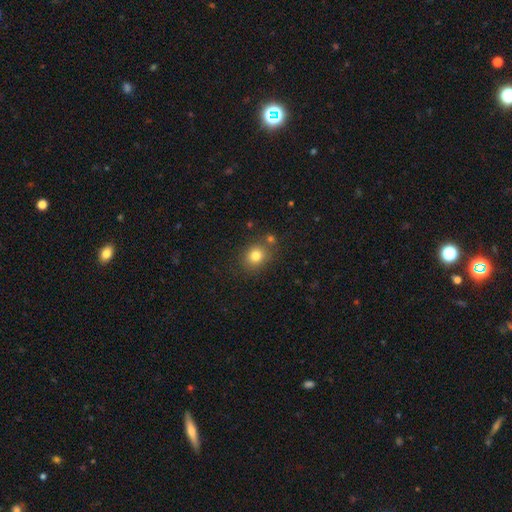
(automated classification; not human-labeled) Smooth or featured? Predicted: smooth (p=0.80). How rounded? Predicted: round (p=0.71). Merging? Predicted: none (p=0.77).